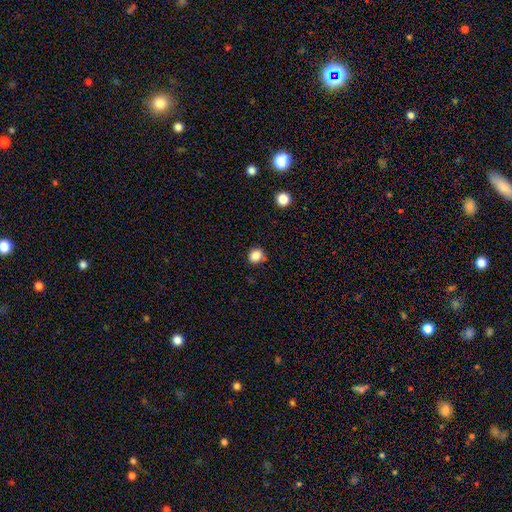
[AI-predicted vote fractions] Smooth or featured? Predicted: smooth (p=0.85). How rounded? Predicted: round (p=0.77). Merging? Predicted: none (p=0.79).